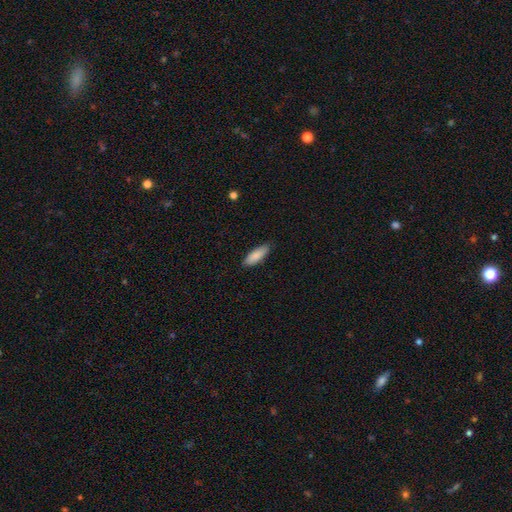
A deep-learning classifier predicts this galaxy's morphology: smooth 86%, featured or disk 8%, star or artifact 6%. Down the decision tree: how rounded — in between (58%); merging — none (86%).